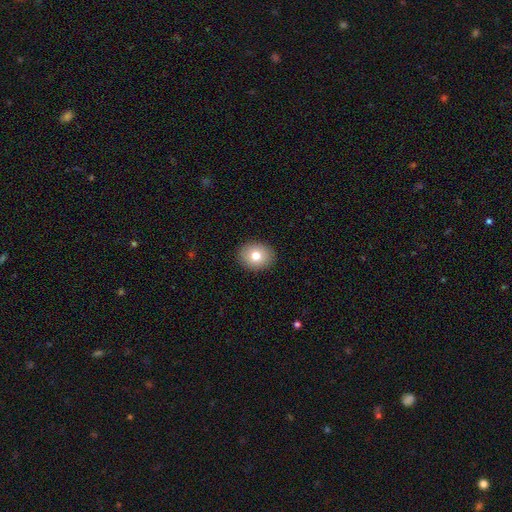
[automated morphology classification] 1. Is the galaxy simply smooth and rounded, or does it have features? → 77% smooth, 13% featured or disk, 10% star or artifact.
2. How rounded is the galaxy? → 62% round, 37% in between, 1% cigar-shaped.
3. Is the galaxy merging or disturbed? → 91% none, 6% minor disturbance, 2% major disturbance, 1% merger.